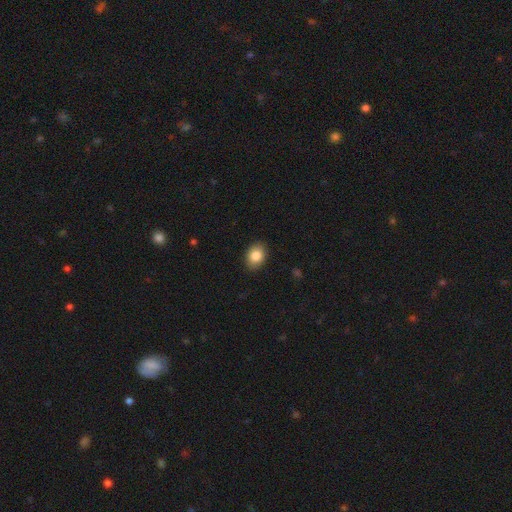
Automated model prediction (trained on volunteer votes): This appears to be a smooth galaxy with no disk features (86%) that is in between round and cigar-shaped (71%). Merging: none (88%).